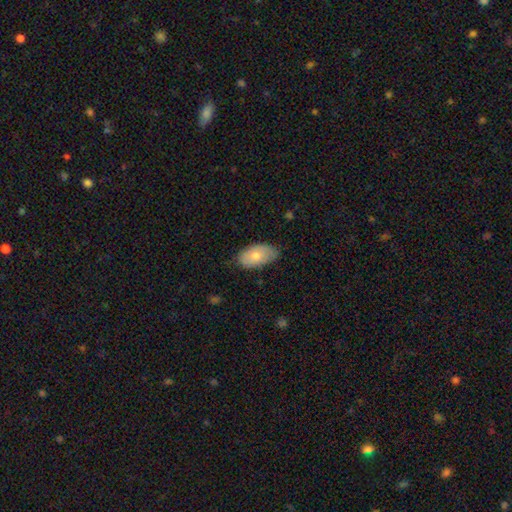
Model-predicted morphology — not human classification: smooth-or-featured: smooth: 78% | featured or disk: 16% | star or artifact: 6%
  how-rounded: in between: 94% | round: 4% | cigar-shaped: 2%
  merging: none: 68% | minor disturbance: 26% | major disturbance: 4% | merger: 1%